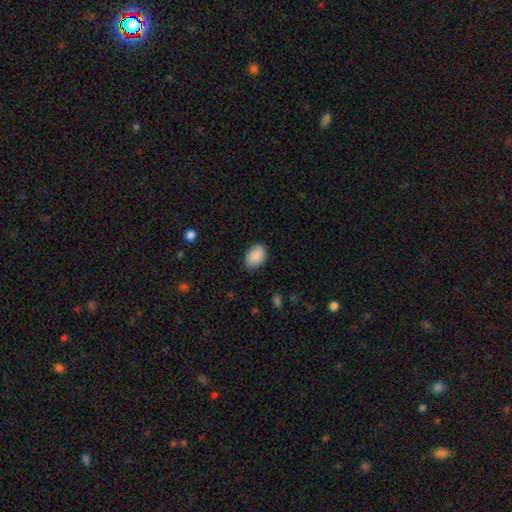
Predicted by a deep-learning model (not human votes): Q: Smooth or featured?
A: smooth (89%); runner-up: star or artifact (7%)
Q: How rounded?
A: in between (79%); runner-up: round (20%)
Q: Merging?
A: none (82%); runner-up: minor disturbance (14%)